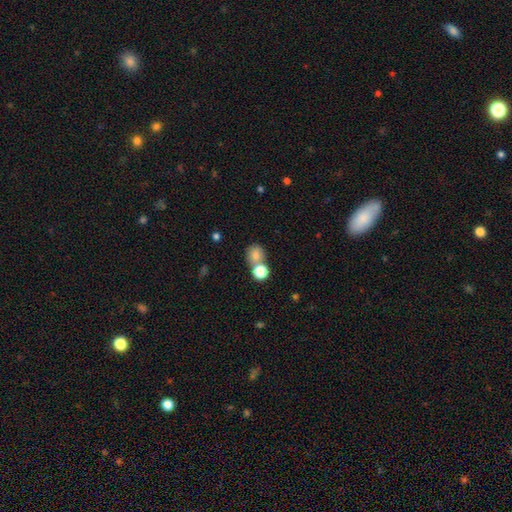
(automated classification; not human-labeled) This appears to be a smooth galaxy with no disk features (79%) that is round (72%). Merging: none (48%).